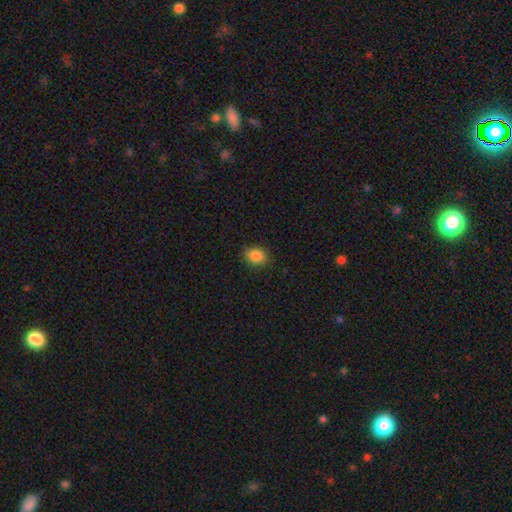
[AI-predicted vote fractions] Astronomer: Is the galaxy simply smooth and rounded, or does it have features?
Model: smooth — 86%.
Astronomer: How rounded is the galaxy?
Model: round — 62%.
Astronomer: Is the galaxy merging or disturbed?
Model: none — 86%.